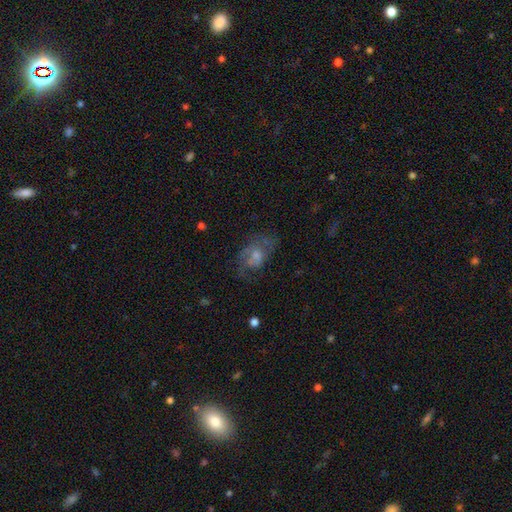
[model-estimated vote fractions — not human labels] smooth_or_featured: featured or disk (p=0.54) [alt: smooth p=0.32]
disk_edge_on: no (p=0.95) [alt: yes p=0.05]
bar: no (p=0.73) [alt: weak p=0.23]
has_spiral_arms: yes (p=0.68) [alt: no p=0.32]
bulge_size: moderate (p=0.43) [alt: small p=0.37]
merging: none (p=0.54) [alt: major disturbance p=0.22]